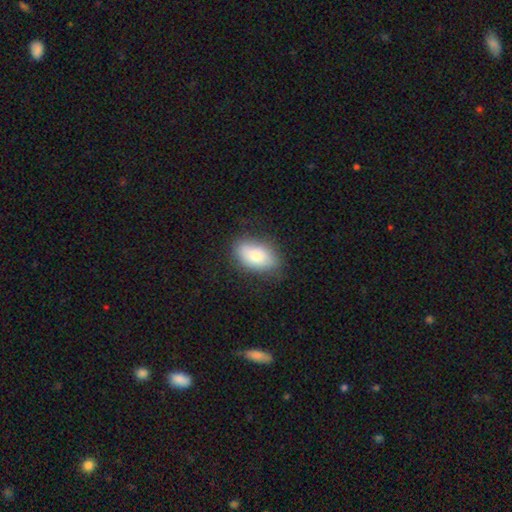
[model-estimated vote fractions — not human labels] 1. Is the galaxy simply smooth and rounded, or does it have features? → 79% smooth, 14% featured or disk, 7% star or artifact.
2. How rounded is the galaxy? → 91% in between, 7% round, 2% cigar-shaped.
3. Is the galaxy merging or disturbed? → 75% none, 18% minor disturbance, 5% major disturbance, 1% merger.